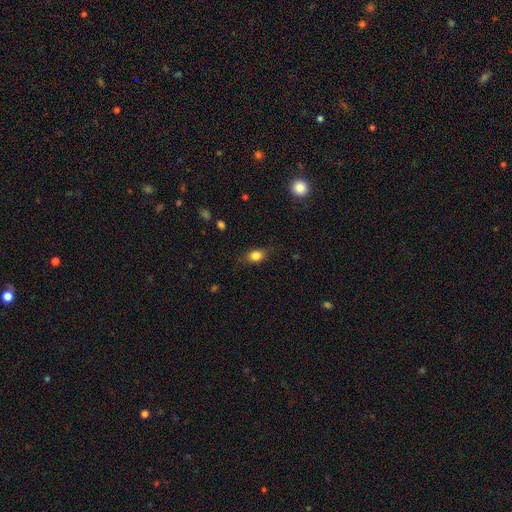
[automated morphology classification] This is clearly a smooth galaxy (82%). How rounded: likely in between (67%). Merging: likely none (78%).